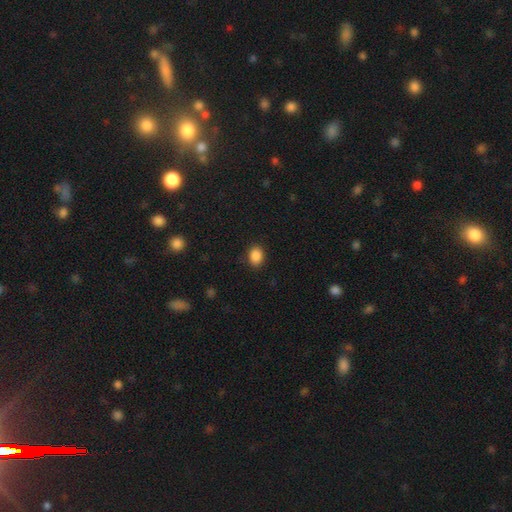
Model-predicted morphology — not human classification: Overall: smooth (88%). How rounded: in between (57%; round 42%). Merging: none (88%).